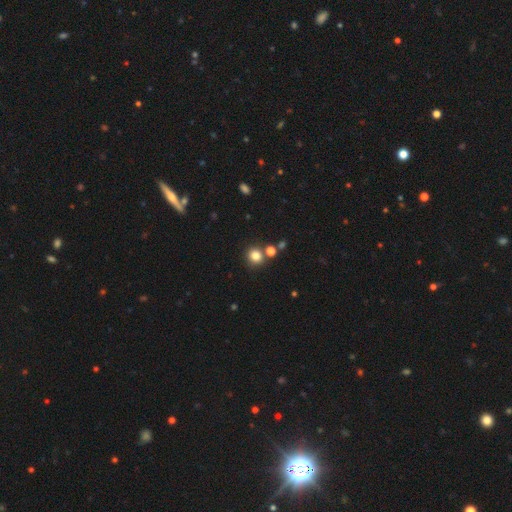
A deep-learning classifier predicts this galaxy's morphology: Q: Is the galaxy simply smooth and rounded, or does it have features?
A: smooth — 81%.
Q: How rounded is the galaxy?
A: round — 86%.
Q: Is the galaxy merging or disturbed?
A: none — 76%.